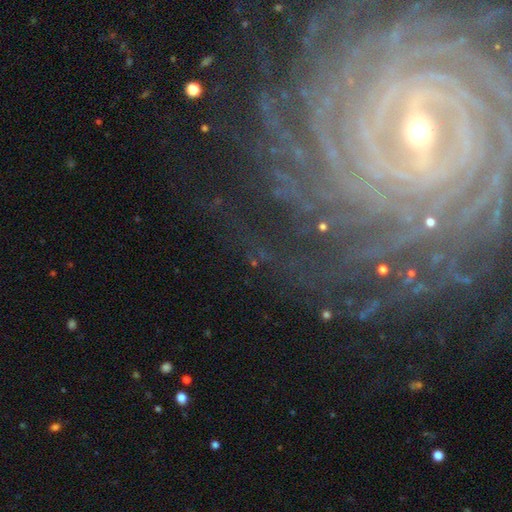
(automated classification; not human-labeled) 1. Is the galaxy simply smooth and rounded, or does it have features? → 87% featured or disk, 8% star or artifact, 5% smooth.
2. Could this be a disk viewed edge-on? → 96% no, 4% yes.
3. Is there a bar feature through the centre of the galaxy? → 45% strong, 35% weak, 20% no.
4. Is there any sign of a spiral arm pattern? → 96% yes, 4% no.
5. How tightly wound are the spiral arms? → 85% tight, 12% medium, 3% loose.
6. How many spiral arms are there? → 39% more than 4, 20% can't tell, 13% 4, 10% 3, 10% 2, 9% 1.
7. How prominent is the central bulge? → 72% small, 24% moderate, 2% large, 1% none, 1% dominant.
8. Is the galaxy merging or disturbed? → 82% none, 10% minor disturbance, 6% major disturbance, 2% merger.